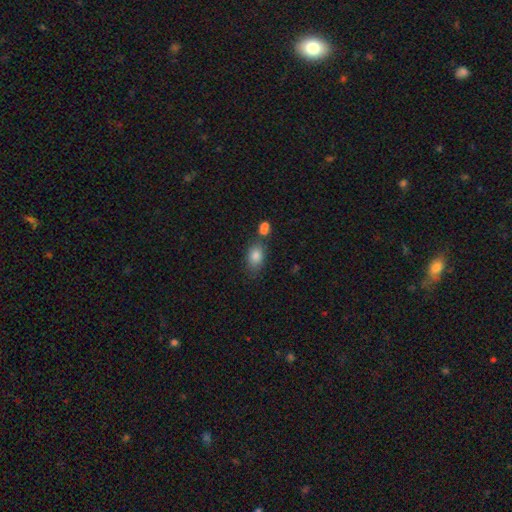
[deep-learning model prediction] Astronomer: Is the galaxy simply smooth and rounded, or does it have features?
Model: smooth — 82%.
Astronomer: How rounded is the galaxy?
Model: in between — 80%.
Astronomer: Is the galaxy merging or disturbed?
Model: none — 61%.